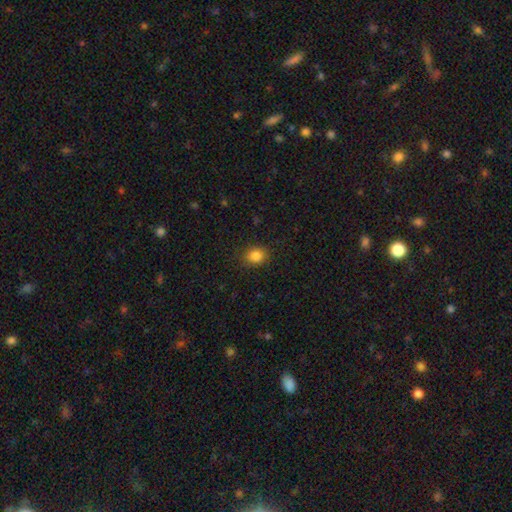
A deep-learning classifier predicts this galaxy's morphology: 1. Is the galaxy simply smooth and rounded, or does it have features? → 85% smooth, 11% star or artifact, 5% featured or disk.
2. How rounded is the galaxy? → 63% round, 37% in between, 1% cigar-shaped.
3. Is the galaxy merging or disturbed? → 87% none, 9% minor disturbance, 3% major disturbance, 1% merger.